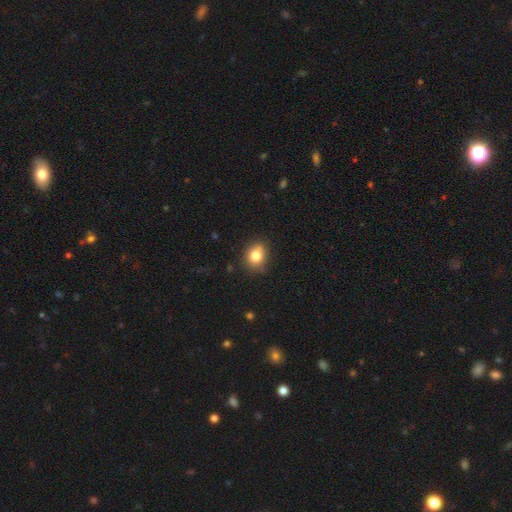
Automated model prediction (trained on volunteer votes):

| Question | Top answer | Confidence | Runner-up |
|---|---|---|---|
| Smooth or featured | smooth | 80% | star or artifact (11%) |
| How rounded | round | 57% | in between (42%) |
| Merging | none | 74% | minor disturbance (19%) |